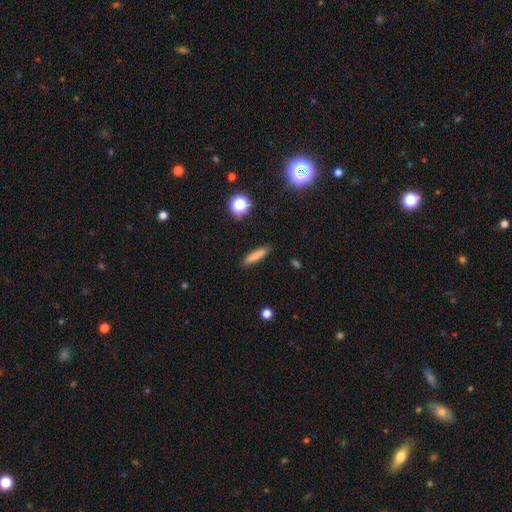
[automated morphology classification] Smooth or featured: smooth — 81% (star or artifact — 9%)
How rounded: cigar-shaped — 82% (in between — 16%)
Merging: none — 89% (minor disturbance — 8%)